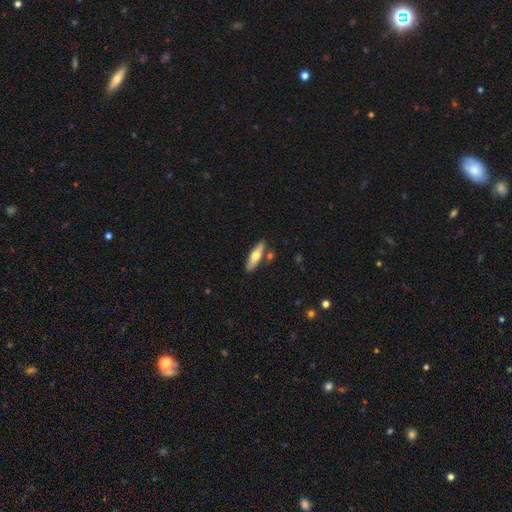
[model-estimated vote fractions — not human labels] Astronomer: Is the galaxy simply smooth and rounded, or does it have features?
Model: smooth — 55% (runner-up: featured or disk, 39%).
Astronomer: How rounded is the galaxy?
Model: cigar-shaped — 58% (runner-up: in between, 40%).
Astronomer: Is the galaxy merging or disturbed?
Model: none — 80%.